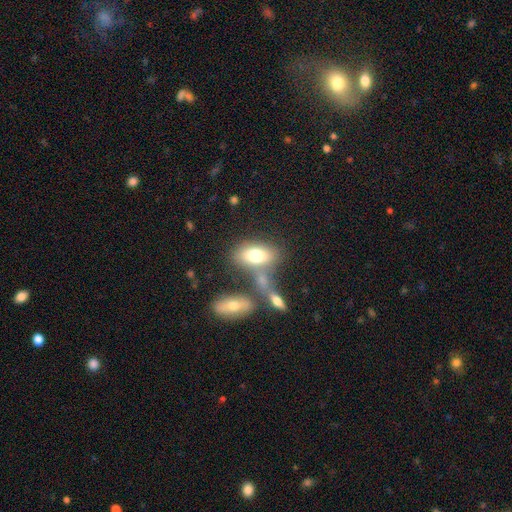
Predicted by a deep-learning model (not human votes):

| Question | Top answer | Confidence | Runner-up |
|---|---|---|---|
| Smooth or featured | smooth | 72% | featured or disk (20%) |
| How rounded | in between | 86% | round (9%) |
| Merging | none | 51% | merger (29%) |